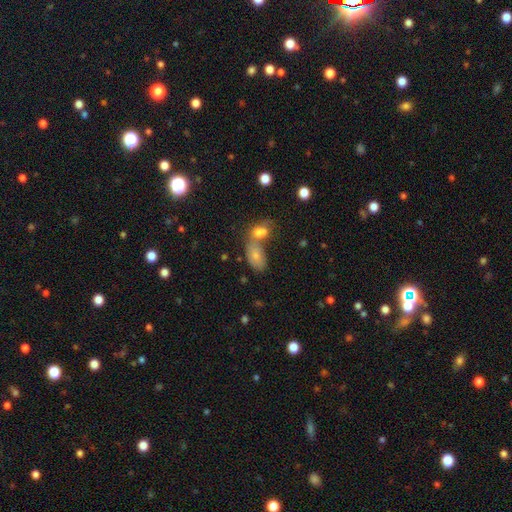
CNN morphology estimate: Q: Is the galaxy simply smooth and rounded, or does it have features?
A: smooth — 76%.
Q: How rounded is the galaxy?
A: in between — 89%.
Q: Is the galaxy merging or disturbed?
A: merger — 54%.